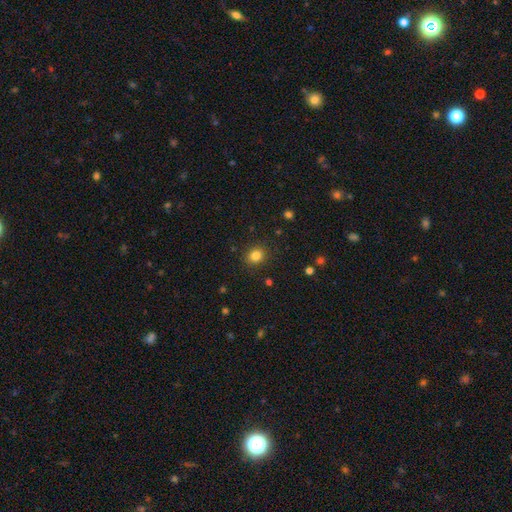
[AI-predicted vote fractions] This is clearly a smooth galaxy (83%). How rounded: likely round (66%). Merging: clearly none (88%).